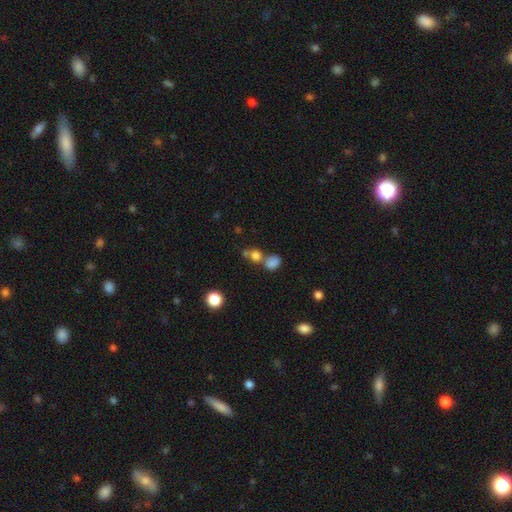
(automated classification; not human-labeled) smooth-or-featured: smooth: 76% | star or artifact: 15% | featured or disk: 9%
  how-rounded: round: 72% | in between: 26% | cigar-shaped: 1%
  merging: none: 44% | merger: 43% | minor disturbance: 9% | major disturbance: 5%